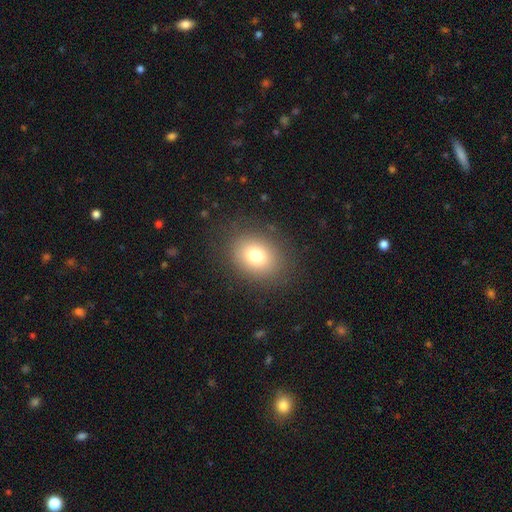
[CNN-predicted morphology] Smooth or featured? Predicted: smooth (p=0.76). How rounded? Predicted: in between (p=0.53). Merging? Predicted: none (p=0.84).